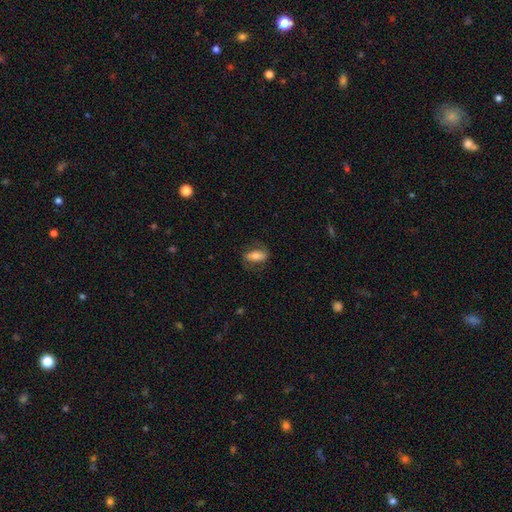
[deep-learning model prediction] smooth 58%, featured or disk 35%, star or artifact 7%. Down the decision tree: how rounded — in between (79%); merging — none (71%).